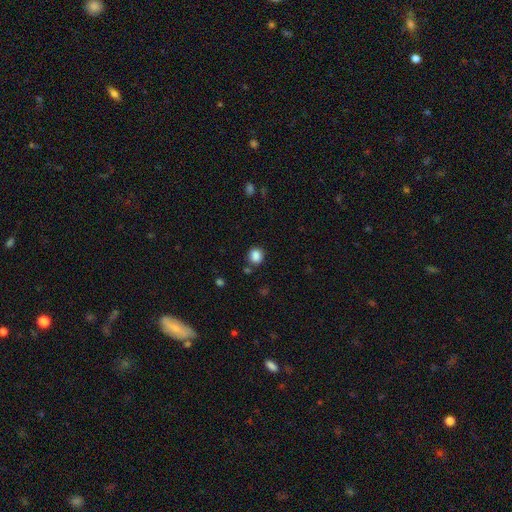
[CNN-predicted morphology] Smooth or featured?
  - smooth: 86% *
  - star or artifact: 10%
  - featured or disk: 3%
How rounded?
  - round: 83% *
  - in between: 16%
  - cigar-shaped: 1%
Merging?
  - none: 82% *
  - minor disturbance: 10%
  - merger: 5%
  - major disturbance: 3%